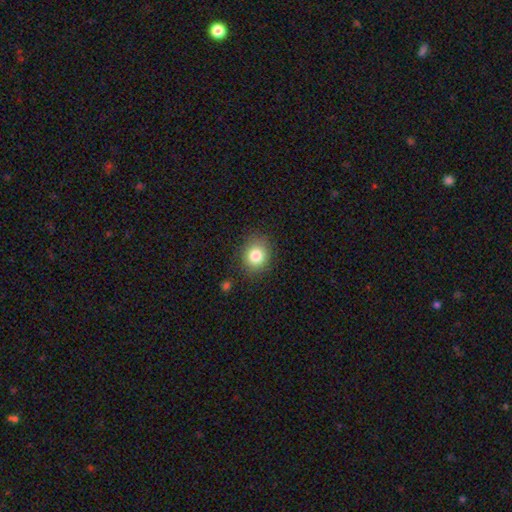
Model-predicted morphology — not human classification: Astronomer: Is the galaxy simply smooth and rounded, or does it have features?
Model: smooth — 83%.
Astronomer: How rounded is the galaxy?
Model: round — 67%.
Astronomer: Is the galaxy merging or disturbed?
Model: none — 85%.